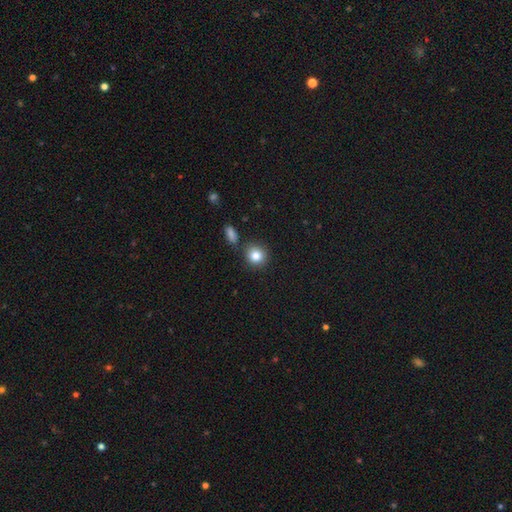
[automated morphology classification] smooth 84%, star or artifact 10%, featured or disk 7%. Down the decision tree: how rounded — round (86%); merging — none (81%).